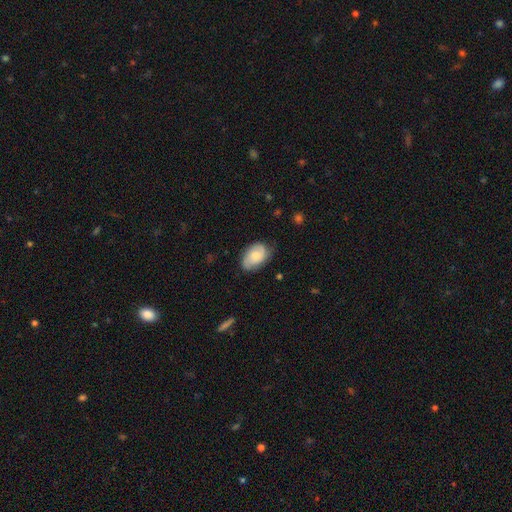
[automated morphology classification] This appears to be a smooth galaxy with no disk features (59%) that is in between round and cigar-shaped (88%). Merging: none (71%).